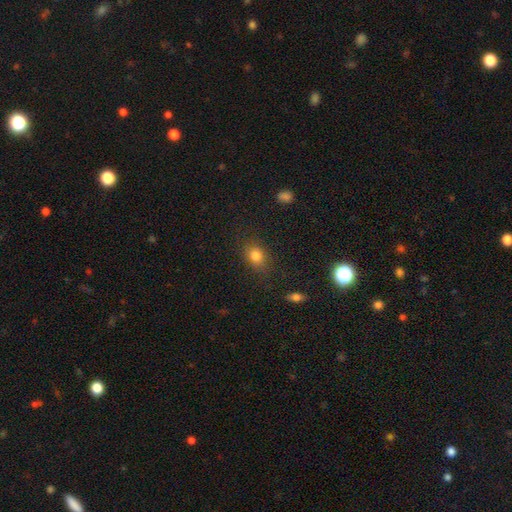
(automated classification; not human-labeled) Smooth or featured?
  - smooth: 81% *
  - star or artifact: 12%
  - featured or disk: 8%
How rounded?
  - in between: 62% *
  - round: 36%
  - cigar-shaped: 2%
Merging?
  - none: 80% *
  - minor disturbance: 14%
  - major disturbance: 4%
  - merger: 2%